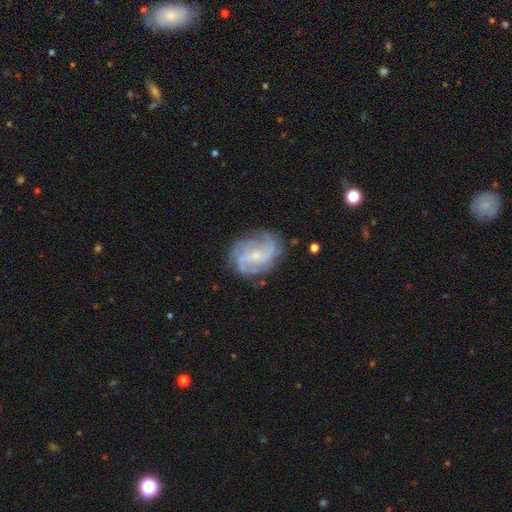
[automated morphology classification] Smooth or featured: featured or disk — 77% (smooth — 15%)
Edge-on disk: no — 97% (yes — 3%)
Bar: no — 45% (tied with weak — 45%)
Spiral arms: yes — 88% (no — 12%)
Spiral winding: medium — 43% (tight — 31%)
Spiral arm count: can't tell — 32% (2 — 31%)
Bulge size: small — 62% (moderate — 28%)
Merging: none — 70% (minor disturbance — 19%)